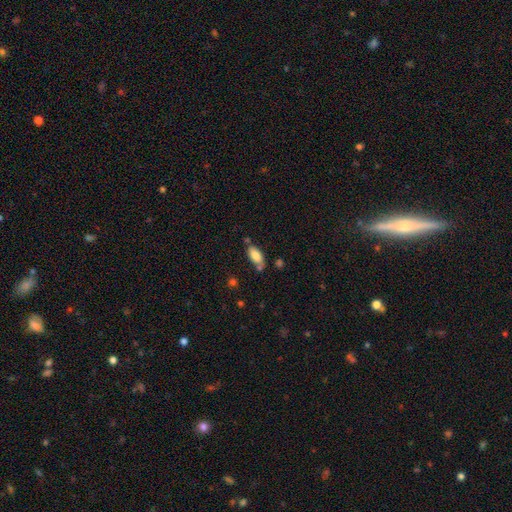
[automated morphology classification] smooth_or_featured: smooth (p=0.82) [alt: featured or disk p=0.10]
how_rounded: in between (p=0.89) [alt: cigar-shaped p=0.09]
merging: none (p=0.63) [alt: minor disturbance p=0.19]